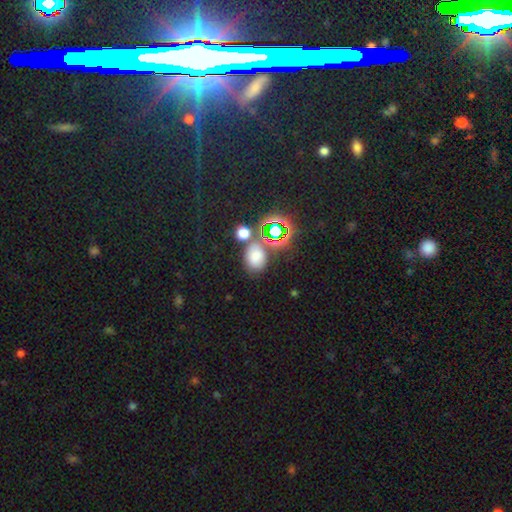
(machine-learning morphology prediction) type=smooth (64%); roundness=in between (66%); merging=none (63%).